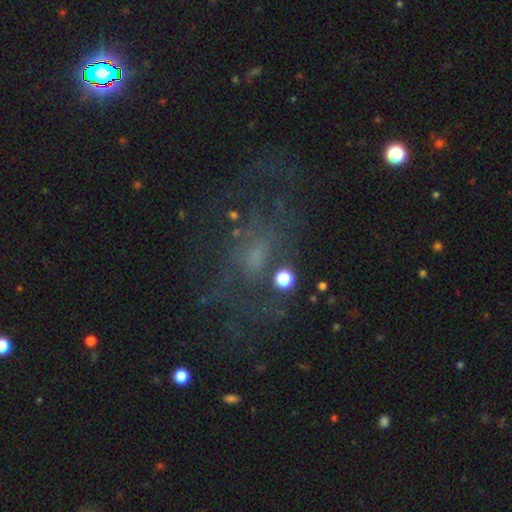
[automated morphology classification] smooth-or-featured: featured or disk: 56% | smooth: 26% | star or artifact: 18%
  disk-edge-on: no: 96% | yes: 4%
    bar: no: 68% | weak: 27% | strong: 6%
    has-spiral-arms: yes: 51% | no: 49%
    bulge-size: small: 39% | none: 30% | moderate: 25% | large: 4% | dominant: 2%
  merging: none: 50% | major disturbance: 28% | minor disturbance: 18% | merger: 4%